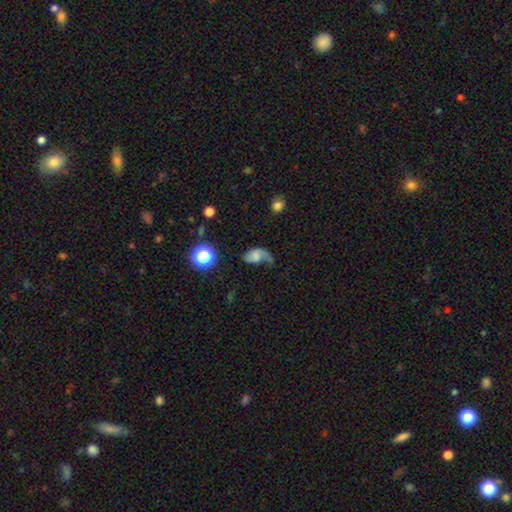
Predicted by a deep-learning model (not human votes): smooth_or_featured: featured or disk (p=0.45) [alt: smooth p=0.42]
merging: major disturbance (p=0.38) [alt: none p=0.31]